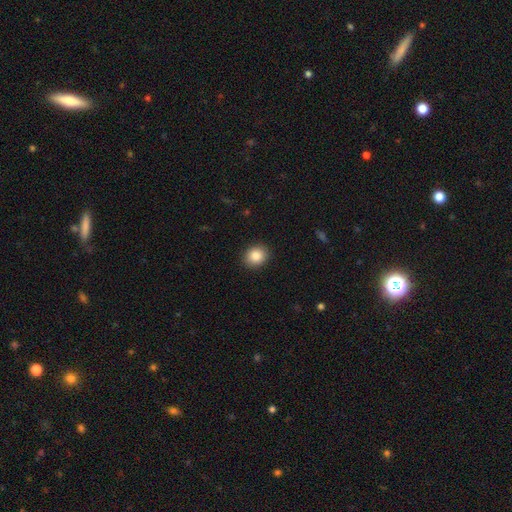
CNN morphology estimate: smooth 87%, star or artifact 8%, featured or disk 4%. Down the decision tree: how rounded — round (66%); merging — none (90%).